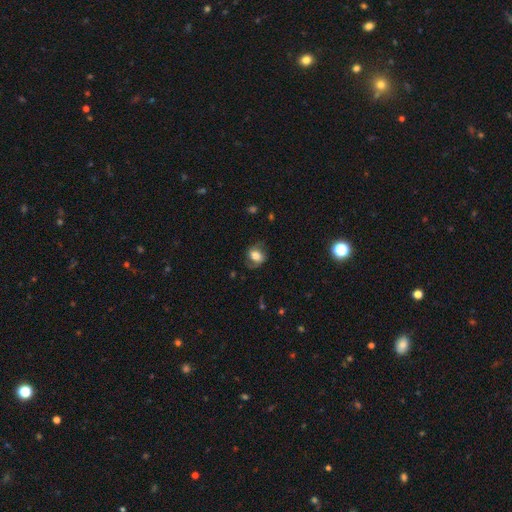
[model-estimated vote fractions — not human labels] The model was most divided on "how rounded": in between: 55%, round: 43%, cigar-shaped: 1%. More confident: merging — none (67%); smooth or featured — smooth (53%).